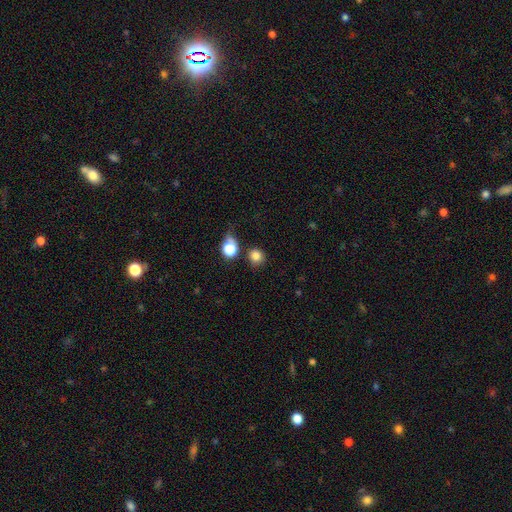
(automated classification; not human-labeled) smooth 81%, star or artifact 13%, featured or disk 6%. Down the decision tree: how rounded — round (88%); merging — none (76%).